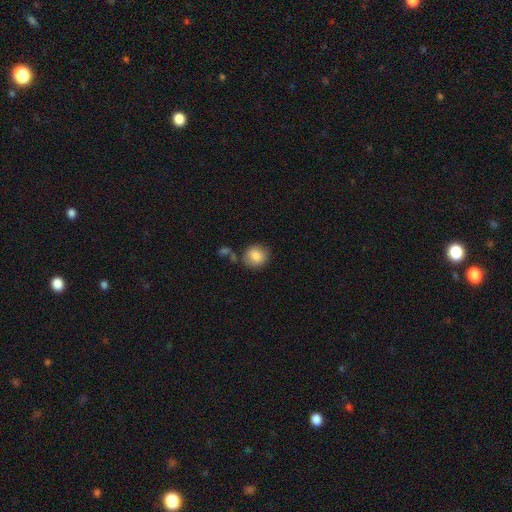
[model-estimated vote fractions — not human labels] Smooth or featured: smooth — 85% (star or artifact — 8%)
How rounded: round — 81% (in between — 18%)
Merging: none — 72% (minor disturbance — 15%)